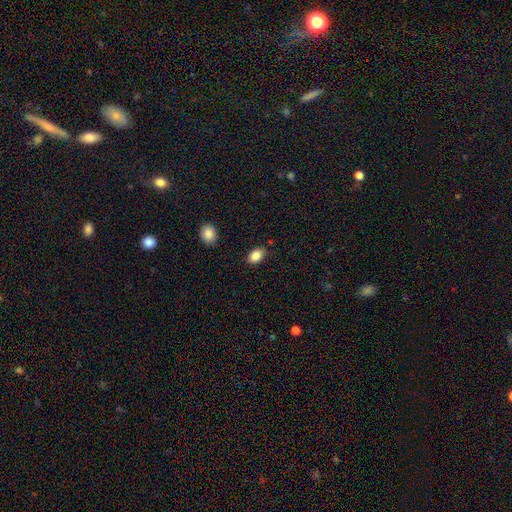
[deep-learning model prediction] A smooth galaxy with no disk features (86%) that is in between round and cigar-shaped (85%).

Vote fractions:
- Smooth or featured? smooth: 86% / star or artifact: 8% / featured or disk: 5%
- How rounded? in between: 85% / round: 14% / cigar-shaped: 1%
- Merging? none: 82% / minor disturbance: 13% / major disturbance: 3% / merger: 2%